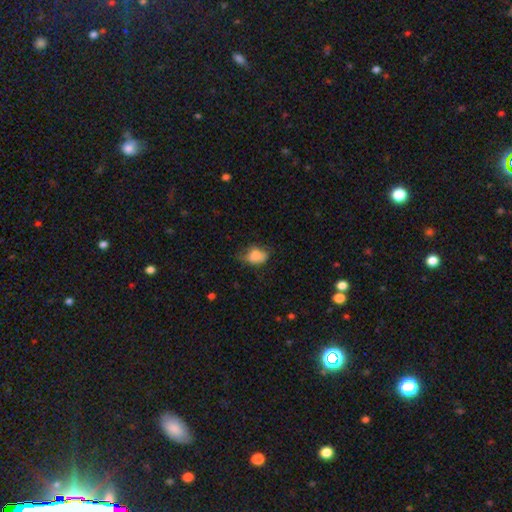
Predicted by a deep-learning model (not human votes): This appears to be a smooth galaxy with no disk features (81%) that is in between round and cigar-shaped (76%). Merging: none (43%).